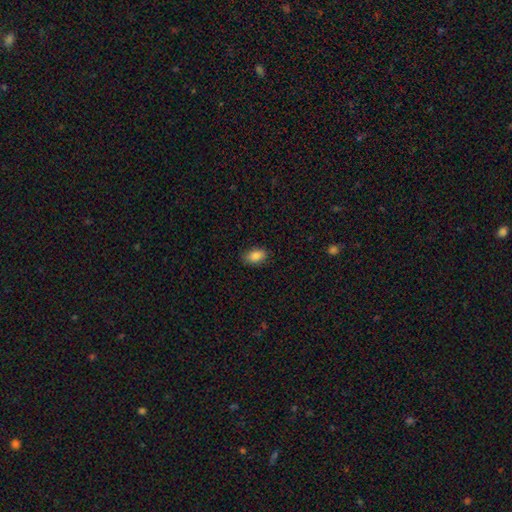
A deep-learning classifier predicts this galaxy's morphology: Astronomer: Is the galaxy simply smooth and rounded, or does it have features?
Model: smooth — 87%.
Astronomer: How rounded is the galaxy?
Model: in between — 89%.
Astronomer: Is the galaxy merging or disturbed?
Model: none — 86%.